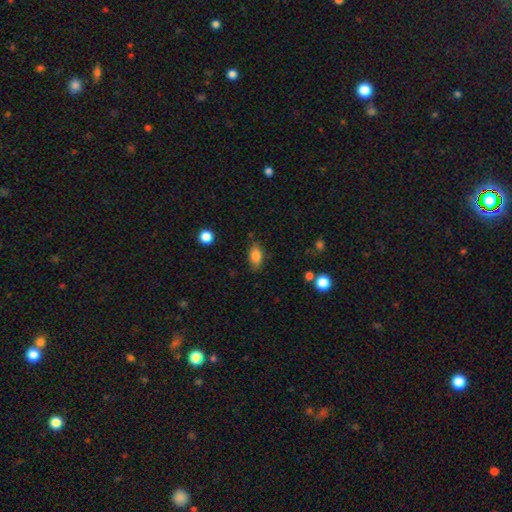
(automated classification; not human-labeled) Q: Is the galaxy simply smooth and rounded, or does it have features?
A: smooth — 81%.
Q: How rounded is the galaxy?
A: in between — 86%.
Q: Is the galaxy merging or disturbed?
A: none — 78%.